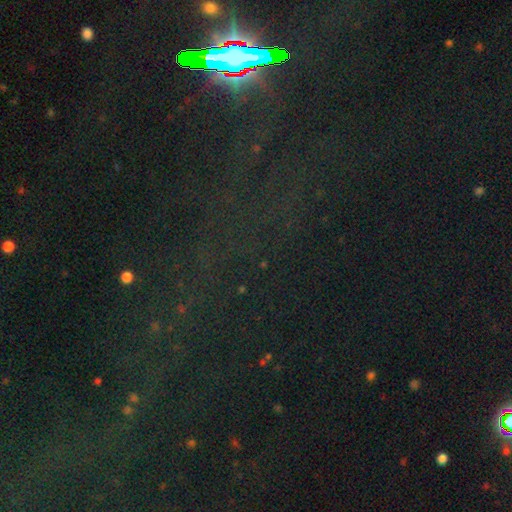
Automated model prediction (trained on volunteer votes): This is likely a star or artifact rather than a galaxy (80%).